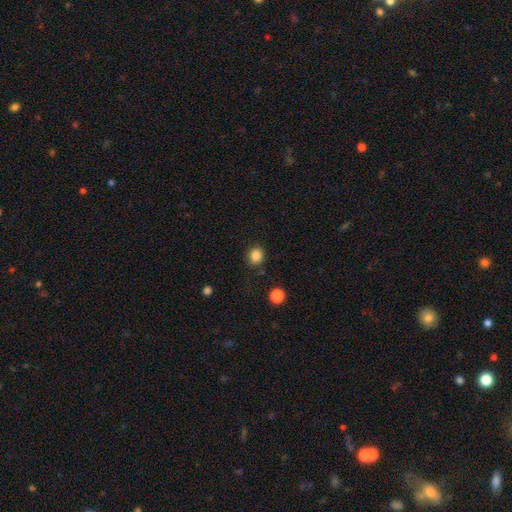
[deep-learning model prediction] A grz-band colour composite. It shows a smooth galaxy with no disk features (85%) that is round (79%). Merging: none (85%).